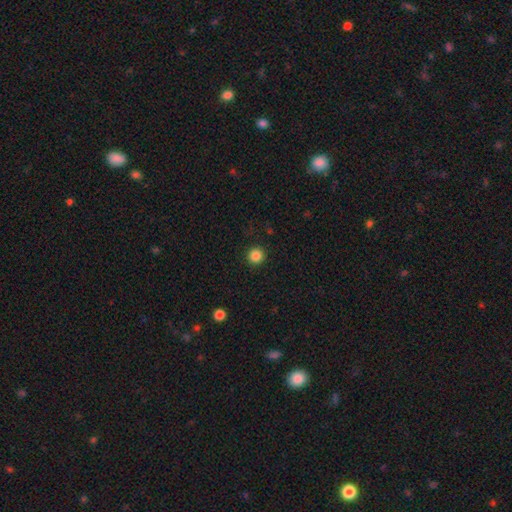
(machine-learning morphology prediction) smooth-or-featured: smooth: 86% | star or artifact: 11% | featured or disk: 3%
  how-rounded: round: 95% | in between: 4% | cigar-shaped: 1%
  merging: none: 92% | minor disturbance: 5% | major disturbance: 2% | merger: 1%